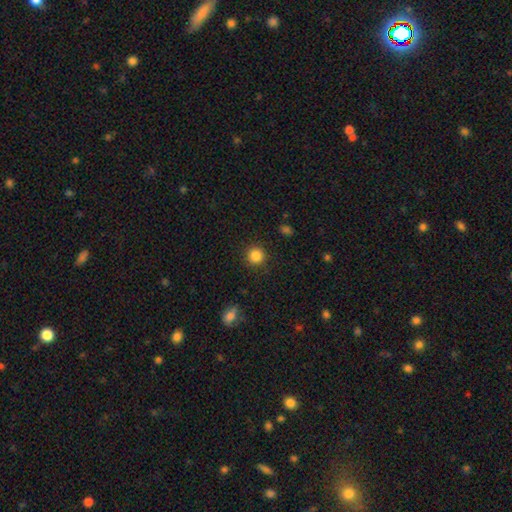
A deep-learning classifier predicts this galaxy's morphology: This is clearly a smooth galaxy (85%). How rounded: clearly round (94%). Merging: clearly none (90%).